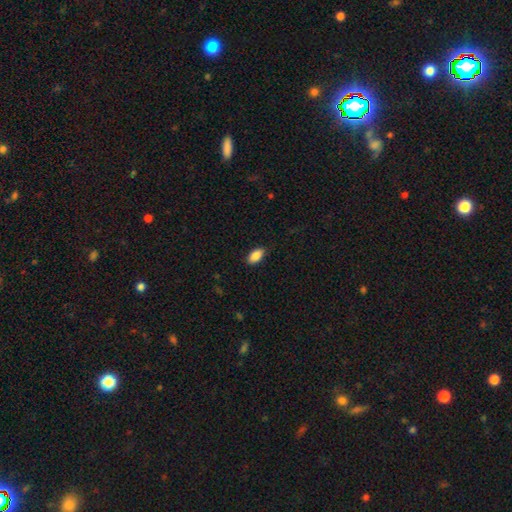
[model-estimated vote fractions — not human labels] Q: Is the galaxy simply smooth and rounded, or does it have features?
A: smooth — 87%.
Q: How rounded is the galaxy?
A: in between — 92%.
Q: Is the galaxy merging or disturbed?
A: none — 87%.